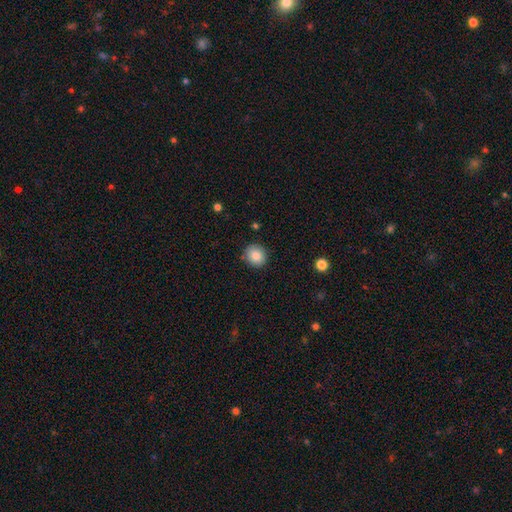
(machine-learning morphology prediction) smooth_or_featured: smooth (p=0.86) [alt: star or artifact p=0.09]
how_rounded: round (p=0.86) [alt: in between p=0.13]
merging: none (p=0.88) [alt: minor disturbance p=0.08]